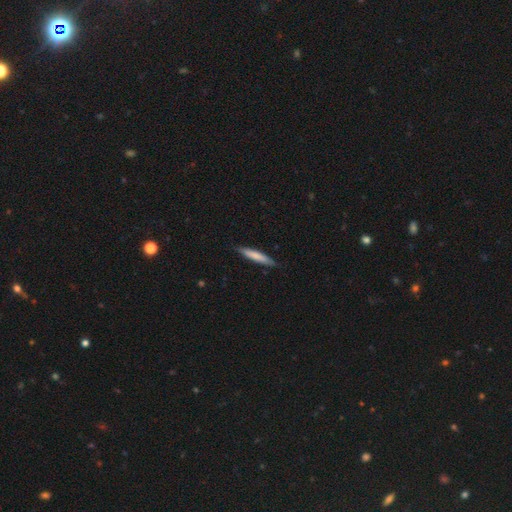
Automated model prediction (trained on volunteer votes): The model was most divided on "smooth or featured": smooth: 75%, featured or disk: 20%, star or artifact: 5%. More confident: how rounded — cigar-shaped (92%); merging — none (87%).